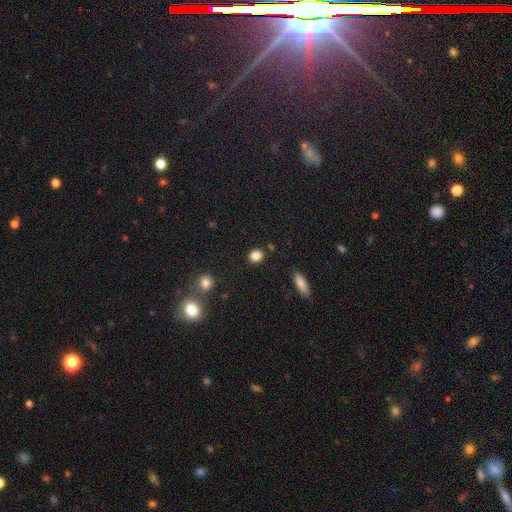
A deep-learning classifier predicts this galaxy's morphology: Smooth or featured: smooth — 84% (star or artifact — 11%)
How rounded: round — 62% (in between — 36%)
Merging: none — 85% (minor disturbance — 9%)